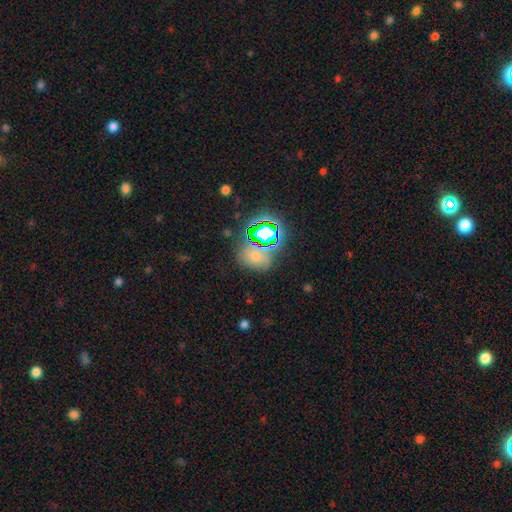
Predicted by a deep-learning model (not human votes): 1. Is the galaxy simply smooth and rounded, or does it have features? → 46% smooth, 40% star or artifact, 14% featured or disk.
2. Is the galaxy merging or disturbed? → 62% none, 17% minor disturbance, 12% merger, 9% major disturbance.